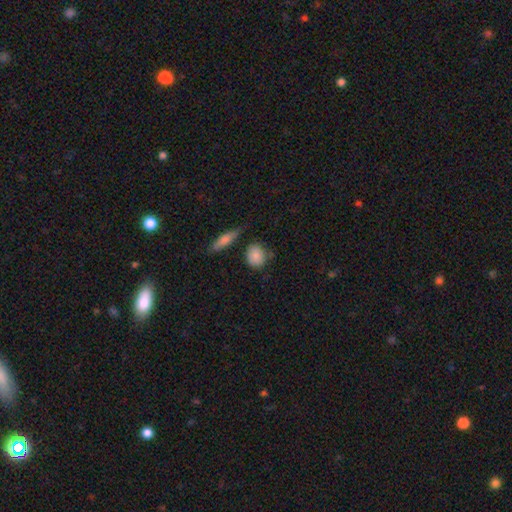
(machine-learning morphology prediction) The model was most divided on "how rounded": round: 66%, in between: 31%, cigar-shaped: 3%. More confident: smooth or featured — smooth (84%); merging — none (66%).